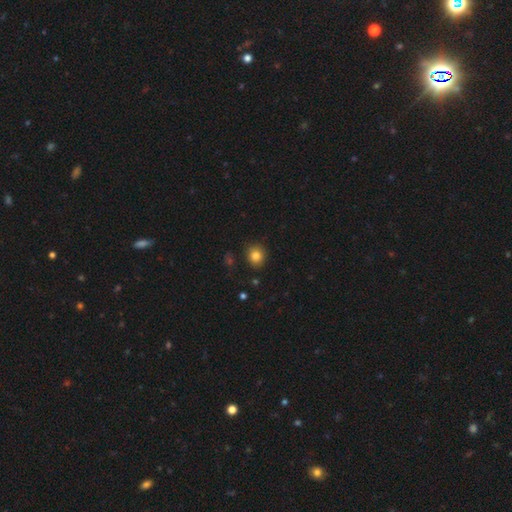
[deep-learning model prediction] Smooth or featured?
  - smooth: 82% *
  - star or artifact: 11%
  - featured or disk: 7%
How rounded?
  - round: 78% *
  - in between: 21%
  - cigar-shaped: 1%
Merging?
  - none: 87% *
  - minor disturbance: 9%
  - major disturbance: 2%
  - merger: 2%